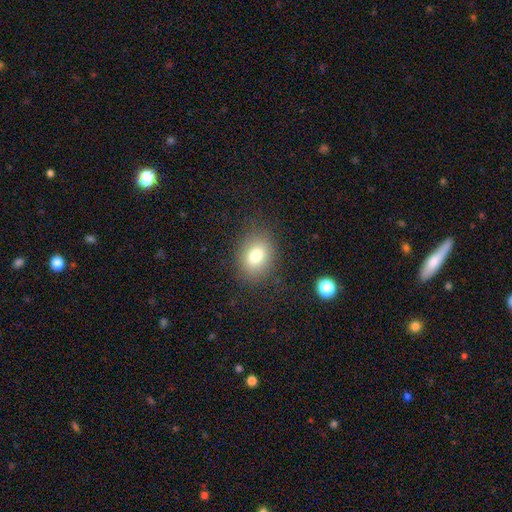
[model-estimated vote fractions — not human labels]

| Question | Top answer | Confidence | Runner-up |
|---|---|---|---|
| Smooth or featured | smooth | 77% | star or artifact (12%) |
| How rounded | in between | 55% | round (44%) |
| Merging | none | 82% | minor disturbance (11%) |